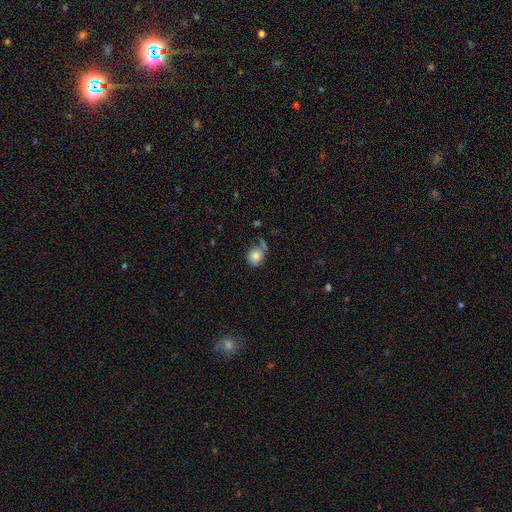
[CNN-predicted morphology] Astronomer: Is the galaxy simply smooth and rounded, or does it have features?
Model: smooth — 80%.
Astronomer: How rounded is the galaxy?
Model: round — 66%.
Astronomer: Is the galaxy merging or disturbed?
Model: none — 49% (runner-up: minor disturbance, 24%).